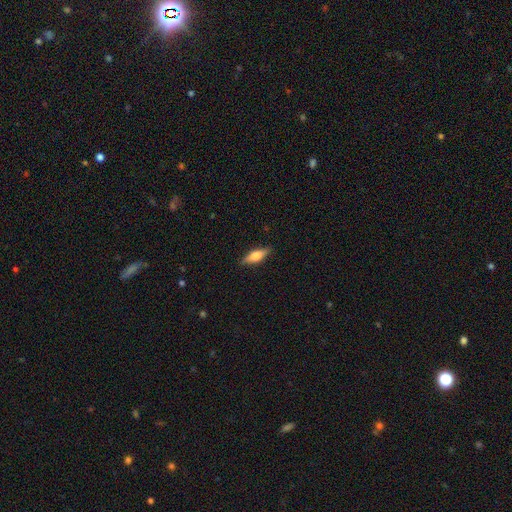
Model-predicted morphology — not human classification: smooth 53%, featured or disk 41%, star or artifact 7%. Down the decision tree: how rounded — in between (52%); merging — none (87%).